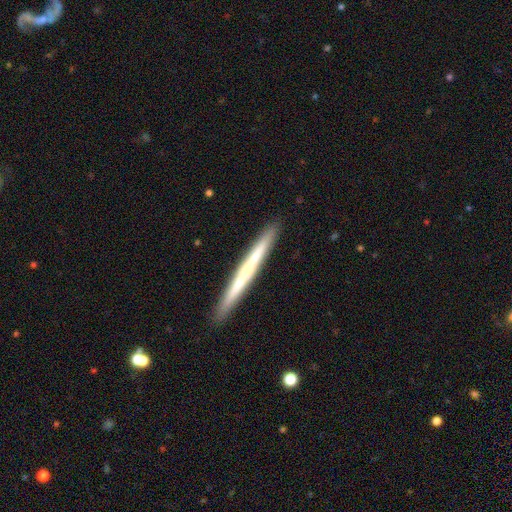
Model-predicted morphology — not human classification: smooth 49%, featured or disk 45%, star or artifact 6%. Down the decision tree: merging — none (87%).